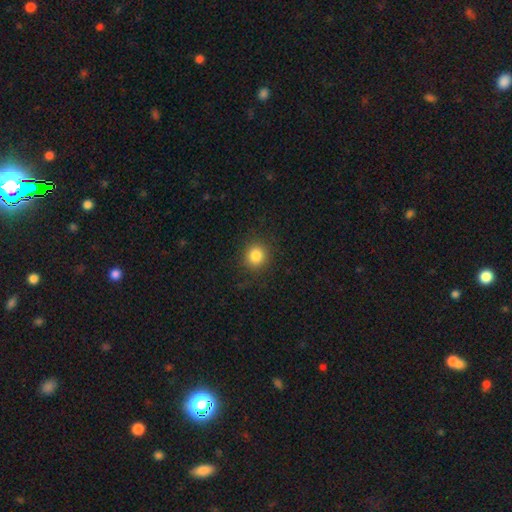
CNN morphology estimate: type=smooth (84%); roundness=round (90%); merging=none (89%).